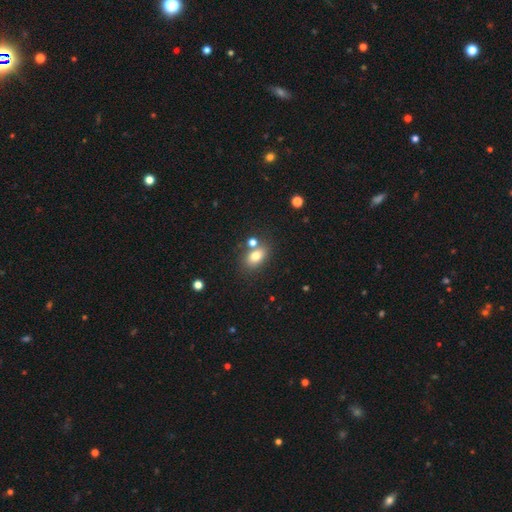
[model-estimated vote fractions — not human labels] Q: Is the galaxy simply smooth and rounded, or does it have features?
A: smooth — 77%.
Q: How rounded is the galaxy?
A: in between — 79%.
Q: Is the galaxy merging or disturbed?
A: none — 63%.